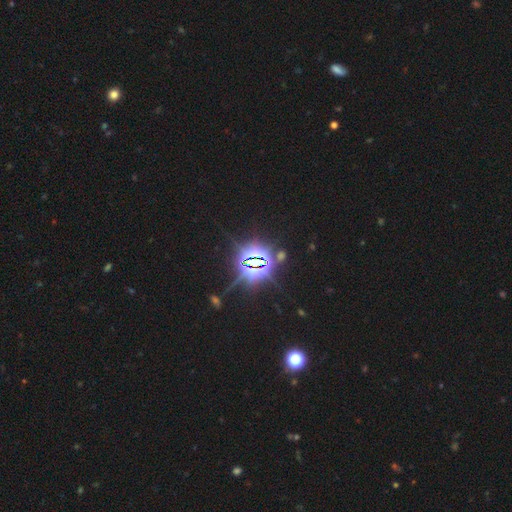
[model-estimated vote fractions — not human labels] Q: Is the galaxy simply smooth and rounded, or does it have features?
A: star or artifact — 85%.